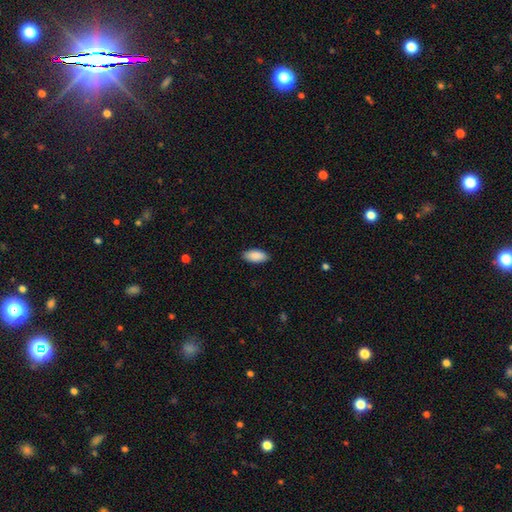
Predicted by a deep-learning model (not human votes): Overall: smooth (90%). How rounded: in between (92%). Merging: none (88%).